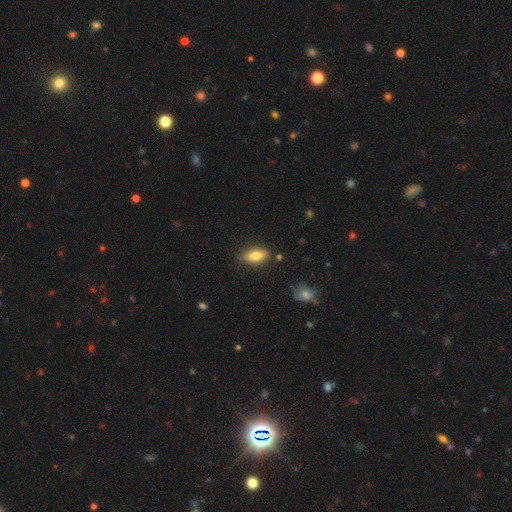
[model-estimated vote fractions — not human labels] Smooth or featured? Predicted: smooth (p=0.77). How rounded? Predicted: in between (p=0.84). Merging? Predicted: none (p=0.81).